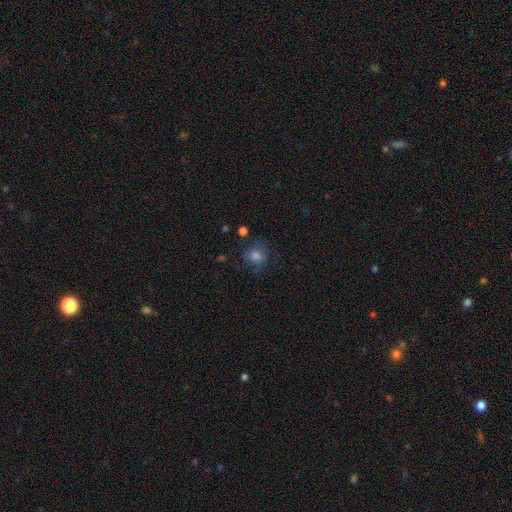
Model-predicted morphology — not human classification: Overall: smooth (70%). How rounded: round (85%). Merging: none (75%).